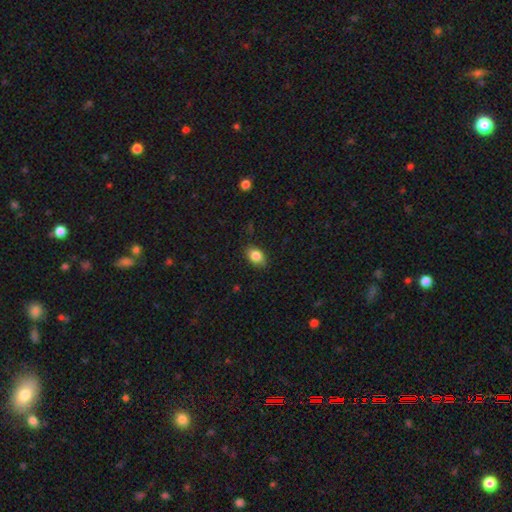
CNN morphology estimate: Smooth or featured?
  - smooth: 85% *
  - star or artifact: 8%
  - featured or disk: 7%
How rounded?
  - in between: 79% *
  - round: 19%
  - cigar-shaped: 1%
Merging?
  - none: 84% *
  - minor disturbance: 12%
  - major disturbance: 3%
  - merger: 1%